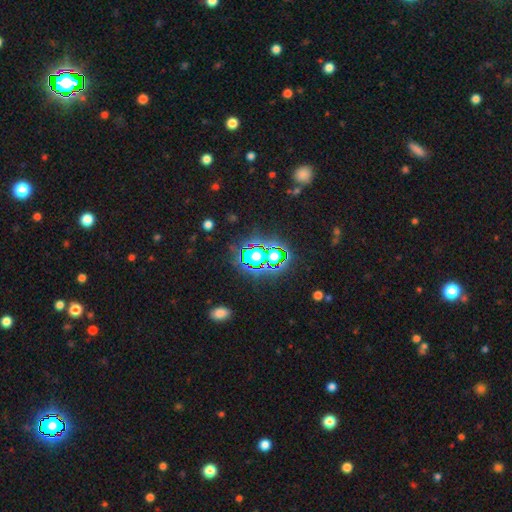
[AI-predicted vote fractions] A star or artifact, not a galaxy (70%).

Vote fractions:
- Smooth or featured? star or artifact: 70% / smooth: 18% / featured or disk: 12%